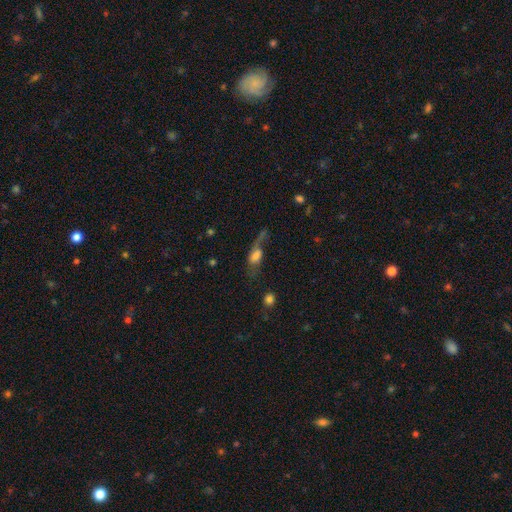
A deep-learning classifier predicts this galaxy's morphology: Q: Smooth or featured?
A: featured or disk (46%); runner-up: smooth (43%)
Q: Merging?
A: major disturbance (39%); runner-up: none (32%)